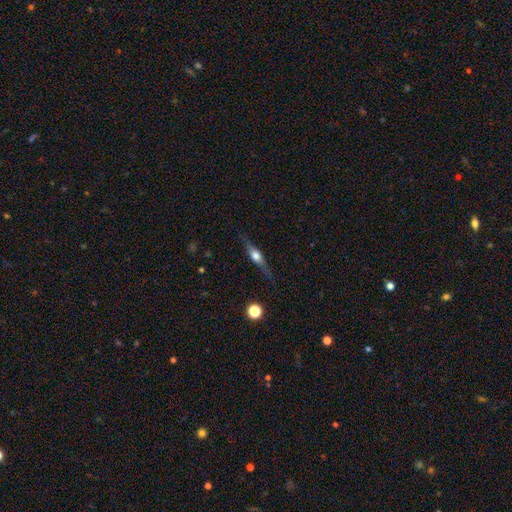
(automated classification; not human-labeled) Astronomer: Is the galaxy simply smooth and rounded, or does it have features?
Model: featured or disk — 69%.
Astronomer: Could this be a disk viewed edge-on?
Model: yes — 96%.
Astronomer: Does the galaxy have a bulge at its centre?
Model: rounded — 91%.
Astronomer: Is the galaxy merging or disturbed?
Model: none — 82%.